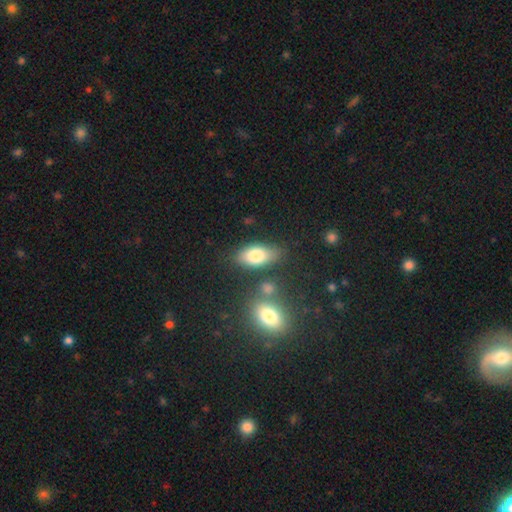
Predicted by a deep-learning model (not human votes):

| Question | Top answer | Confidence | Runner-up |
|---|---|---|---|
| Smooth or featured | smooth | 79% | featured or disk (13%) |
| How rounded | in between | 88% | cigar-shaped (7%) |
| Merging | none | 70% | minor disturbance (15%) |